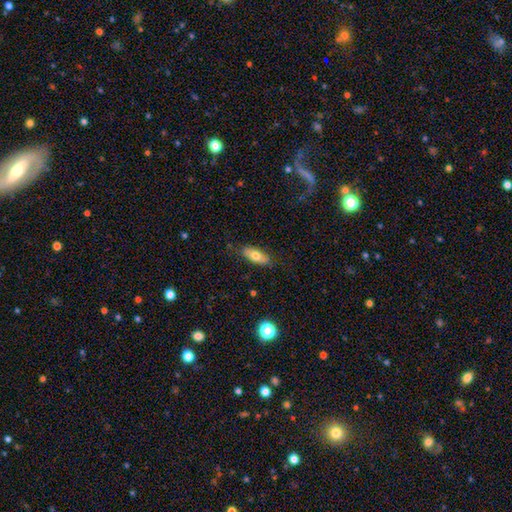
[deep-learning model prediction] A smooth galaxy with no disk features (71%) that is in between round and cigar-shaped (78%). Merging: none (83%).